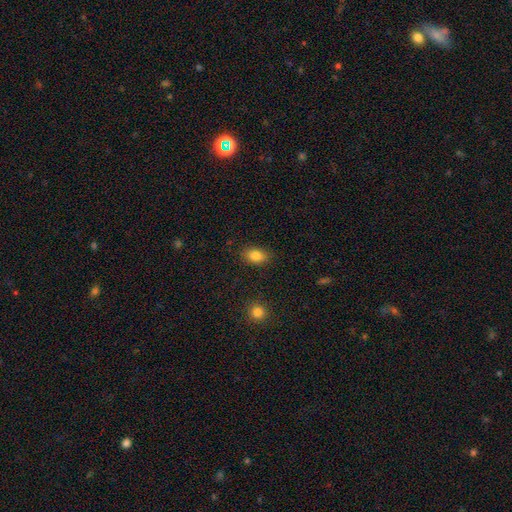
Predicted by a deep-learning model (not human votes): This is clearly a smooth galaxy (84%). How rounded: clearly in between (82%). Merging: clearly none (85%).